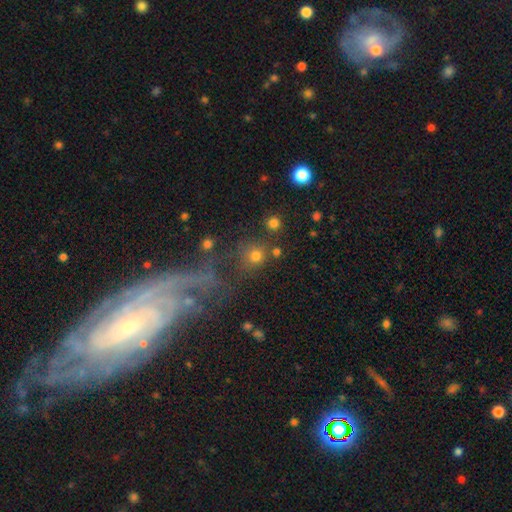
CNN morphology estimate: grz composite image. It shows a smooth galaxy with no disk features (75%) that is round (91%). Merging: none (70%).